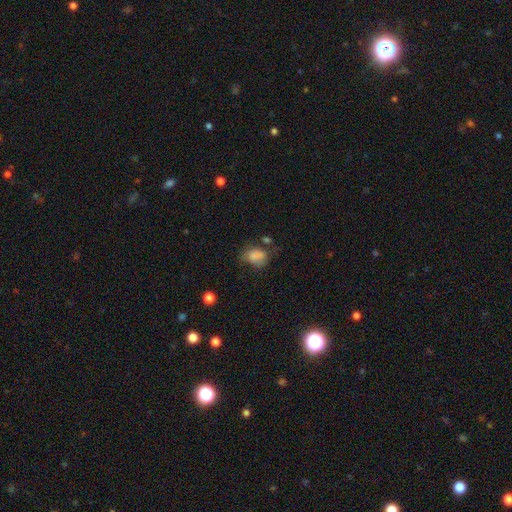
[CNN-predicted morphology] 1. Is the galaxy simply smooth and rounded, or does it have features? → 78% smooth, 11% star or artifact, 11% featured or disk.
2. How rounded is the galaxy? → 68% in between, 31% round, 1% cigar-shaped.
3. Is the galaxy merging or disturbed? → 39% none, 33% minor disturbance, 21% major disturbance, 7% merger.